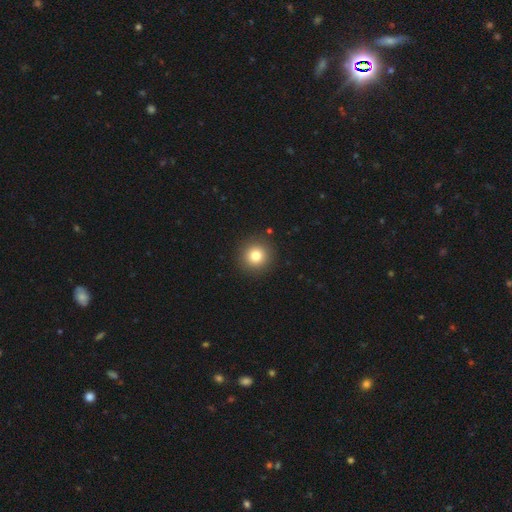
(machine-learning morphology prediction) A smooth galaxy with no disk features (79%) that is round (94%).

Vote fractions:
- Smooth or featured? smooth: 79% / star or artifact: 12% / featured or disk: 9%
- How rounded? round: 94% / in between: 5% / cigar-shaped: 1%
- Merging? none: 91% / minor disturbance: 5% / major disturbance: 2% / merger: 1%